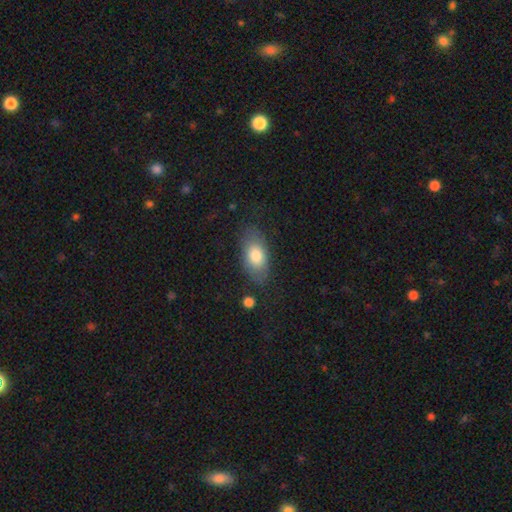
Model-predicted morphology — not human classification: This appears to be a smooth galaxy with no disk features (78%) that is in between round and cigar-shaped (90%). Merging: none (77%).